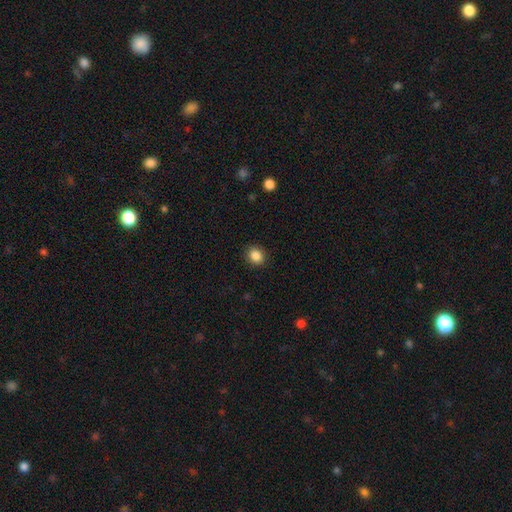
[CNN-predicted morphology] type=smooth (87%); roundness=round (70%); merging=none (90%).